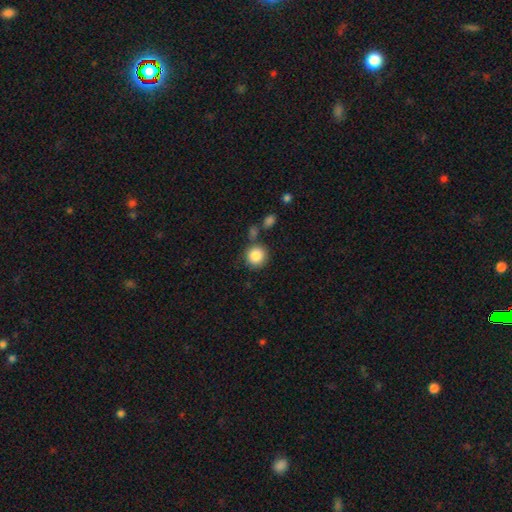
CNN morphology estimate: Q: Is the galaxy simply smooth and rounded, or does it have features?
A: smooth — 87%.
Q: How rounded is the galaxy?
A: round — 91%.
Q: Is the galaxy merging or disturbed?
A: none — 75%.